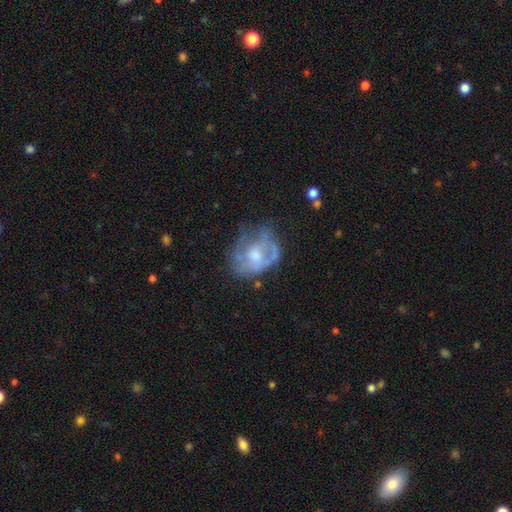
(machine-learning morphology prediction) A featured or disk galaxy (58%) with no bar (75%), no spiral arms (64%) and a moderate central bulge (58%). Merging: none (44%).